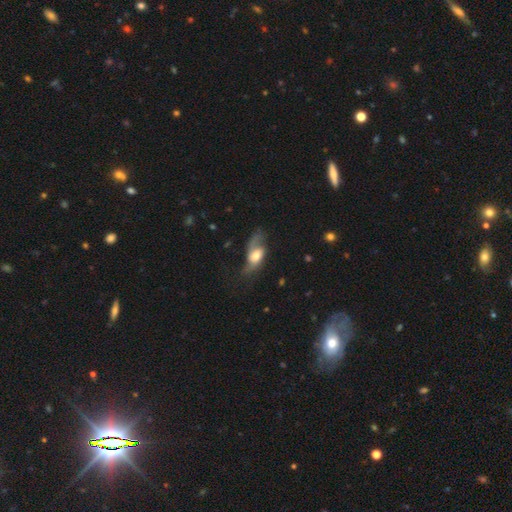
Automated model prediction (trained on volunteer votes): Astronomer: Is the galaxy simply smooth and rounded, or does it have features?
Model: featured or disk — 52% (runner-up: smooth, 40%).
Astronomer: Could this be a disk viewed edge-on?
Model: no — 86%.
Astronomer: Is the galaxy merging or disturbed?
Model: none — 37% (runner-up: major disturbance, 33%).